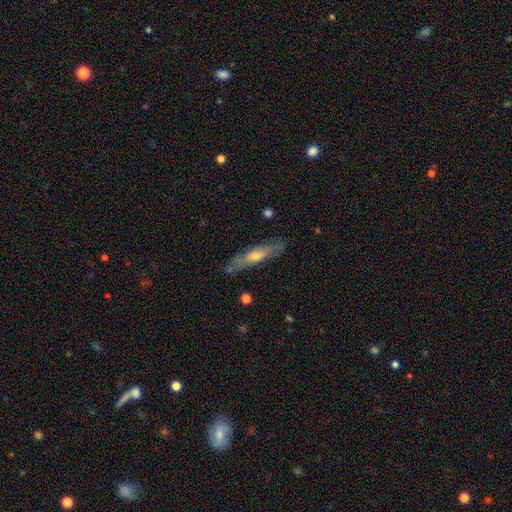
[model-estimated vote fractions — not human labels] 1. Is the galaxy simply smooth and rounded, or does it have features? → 52% featured or disk, 41% smooth, 6% star or artifact.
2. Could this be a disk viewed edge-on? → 72% yes, 28% no.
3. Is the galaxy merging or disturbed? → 81% none, 14% minor disturbance, 3% major disturbance, 2% merger.